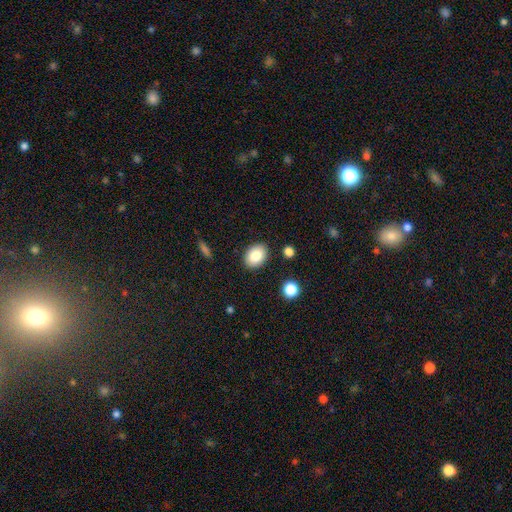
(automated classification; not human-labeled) Morphology: type=smooth (84%); roundness=in between (77%); merging=none (87%).